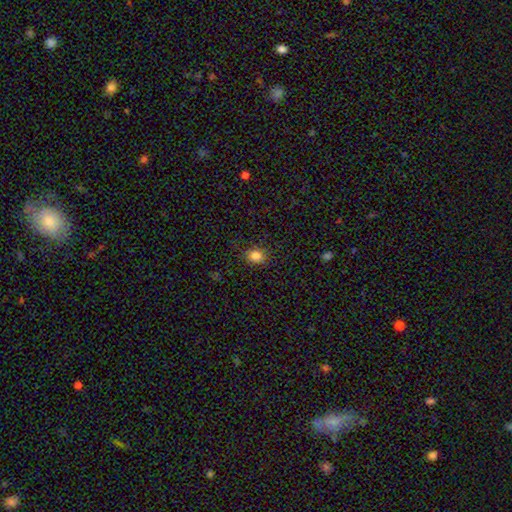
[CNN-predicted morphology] Smooth or featured? Predicted: smooth (p=0.83). How rounded? Predicted: round (p=0.63). Merging? Predicted: none (p=0.85).